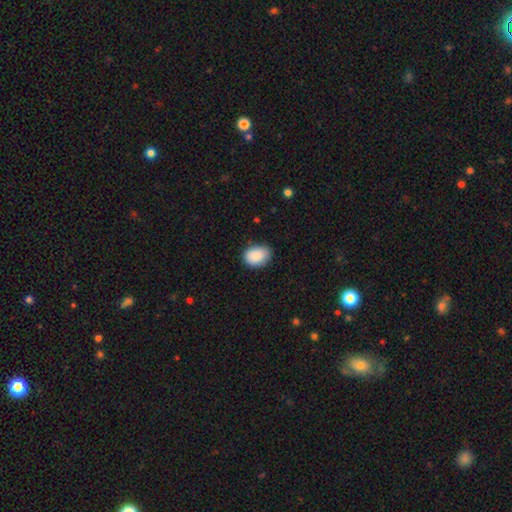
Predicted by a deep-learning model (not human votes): A smooth galaxy with no disk features (89%) that is in between round and cigar-shaped (74%).

Vote fractions:
- Smooth or featured? smooth: 89% / star or artifact: 7% / featured or disk: 4%
- How rounded? in between: 74% / round: 25% / cigar-shaped: 1%
- Merging? none: 76% / minor disturbance: 19% / major disturbance: 3% / merger: 1%